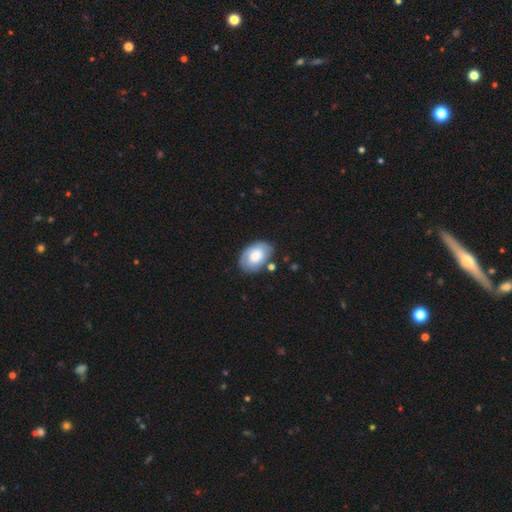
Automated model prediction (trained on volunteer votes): Overall: smooth (70%). How rounded: in between (86%). Merging: none (70%).